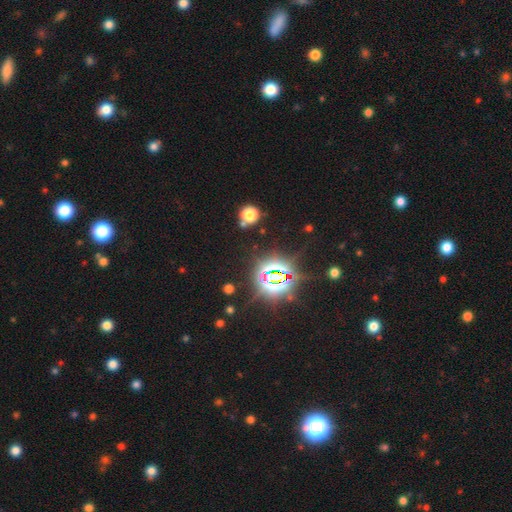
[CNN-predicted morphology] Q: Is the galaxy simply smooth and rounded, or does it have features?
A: star or artifact — 83%.